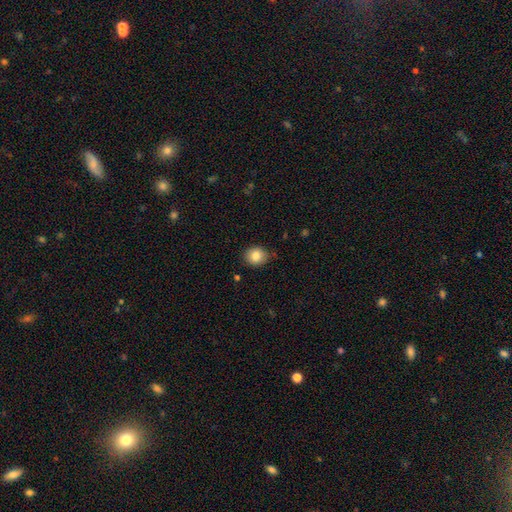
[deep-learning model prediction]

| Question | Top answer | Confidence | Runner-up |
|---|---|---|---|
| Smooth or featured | smooth | 84% | star or artifact (9%) |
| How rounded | round | 69% | in between (30%) |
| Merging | none | 83% | minor disturbance (13%) |